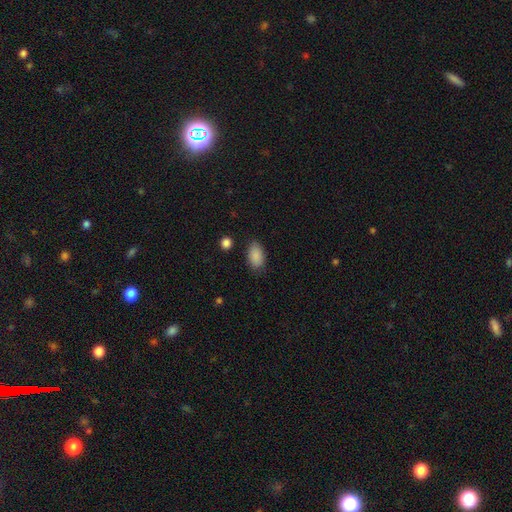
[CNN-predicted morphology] smooth_or_featured: smooth (p=0.88) [alt: star or artifact p=0.07]
how_rounded: in between (p=0.91) [alt: round p=0.07]
merging: none (p=0.80) [alt: minor disturbance p=0.15]